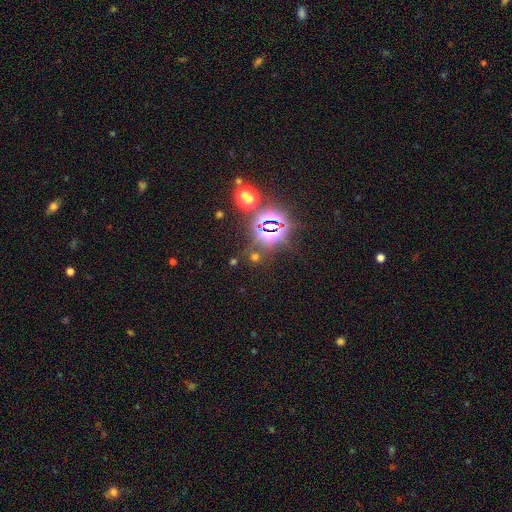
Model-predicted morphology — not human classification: smooth_or_featured: star or artifact (p=0.79) [alt: smooth p=0.14]